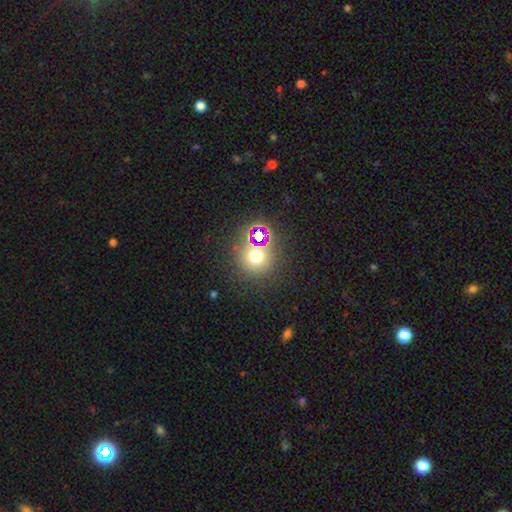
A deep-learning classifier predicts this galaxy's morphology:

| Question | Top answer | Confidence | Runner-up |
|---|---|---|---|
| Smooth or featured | smooth | 58% | star or artifact (32%) |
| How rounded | round | 90% | in between (9%) |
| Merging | none | 74% | merger (12%) |